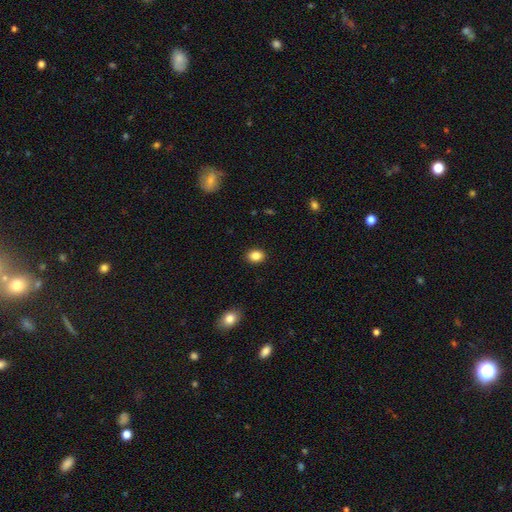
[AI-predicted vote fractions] Smooth or featured?
  - smooth: 86% *
  - star or artifact: 9%
  - featured or disk: 4%
How rounded?
  - in between: 55% *
  - round: 44%
  - cigar-shaped: 1%
Merging?
  - none: 90% *
  - minor disturbance: 7%
  - major disturbance: 2%
  - merger: 1%